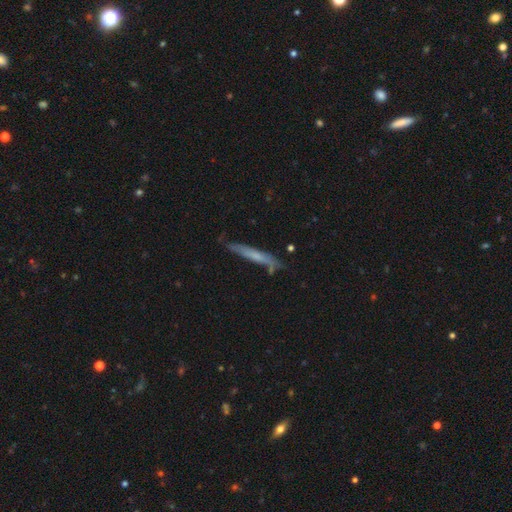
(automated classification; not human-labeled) Smooth or featured?
  - smooth: 49% *
  - featured or disk: 44%
  - star or artifact: 7%
Merging?
  - none: 72% *
  - minor disturbance: 20%
  - major disturbance: 4%
  - merger: 4%